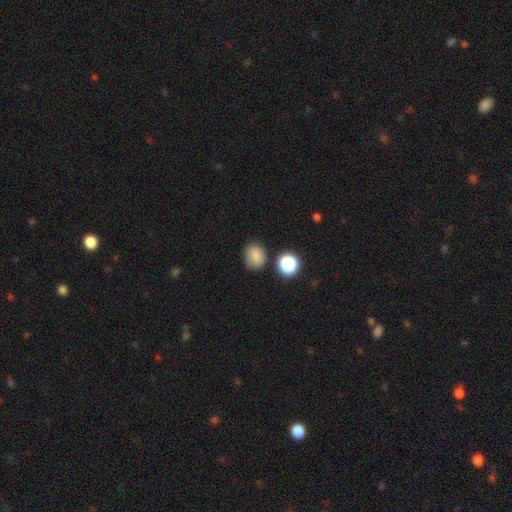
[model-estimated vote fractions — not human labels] A smooth galaxy with no disk features (79%) that is round (58%). Merging: none (73%).